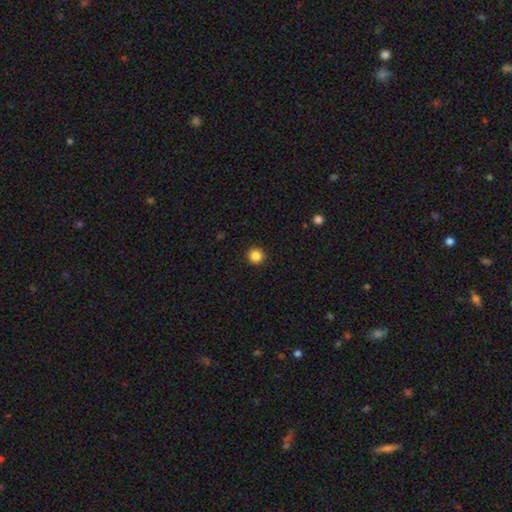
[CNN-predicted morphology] The model was most divided on "smooth or featured": smooth: 86%, star or artifact: 11%, featured or disk: 3%. More confident: how rounded — round (96%); merging — none (93%).